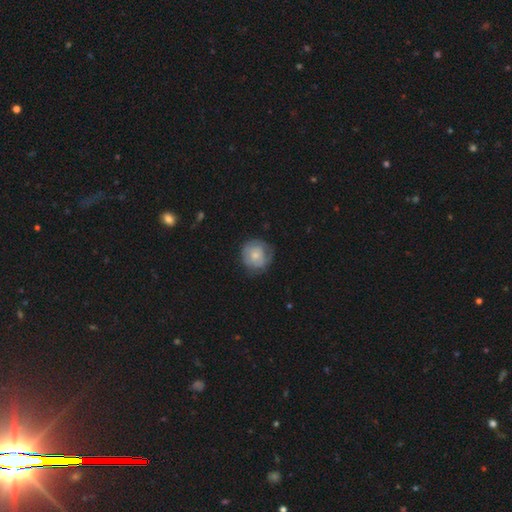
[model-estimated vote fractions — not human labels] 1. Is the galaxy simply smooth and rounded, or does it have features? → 59% smooth, 34% featured or disk, 7% star or artifact.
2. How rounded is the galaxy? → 89% round, 10% in between, 1% cigar-shaped.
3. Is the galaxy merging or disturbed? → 69% none, 21% minor disturbance, 8% major disturbance, 1% merger.